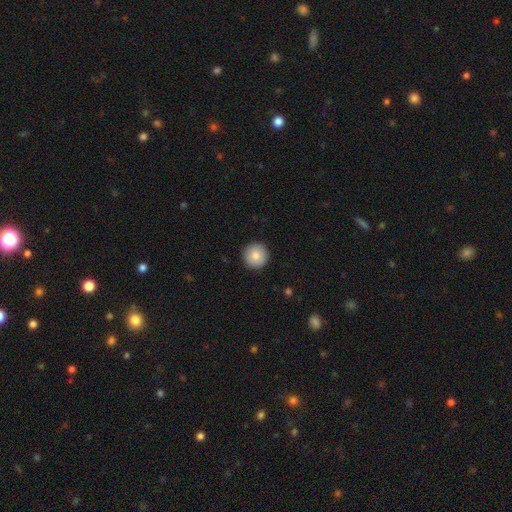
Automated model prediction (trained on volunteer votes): Morphology: type=smooth (83%); roundness=round (96%); merging=none (92%).